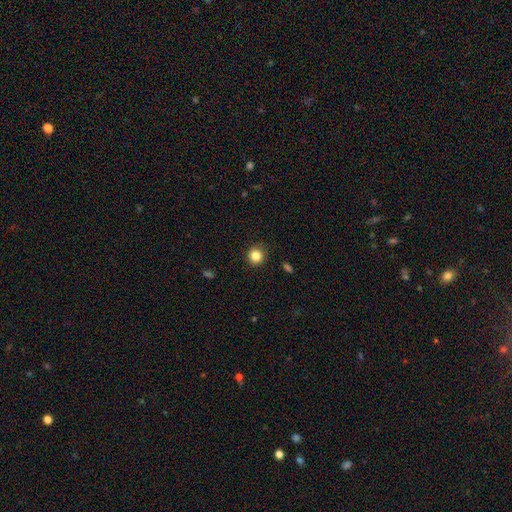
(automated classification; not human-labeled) Smooth or featured? Predicted: smooth (p=0.85). How rounded? Predicted: round (p=0.93). Merging? Predicted: none (p=0.90).